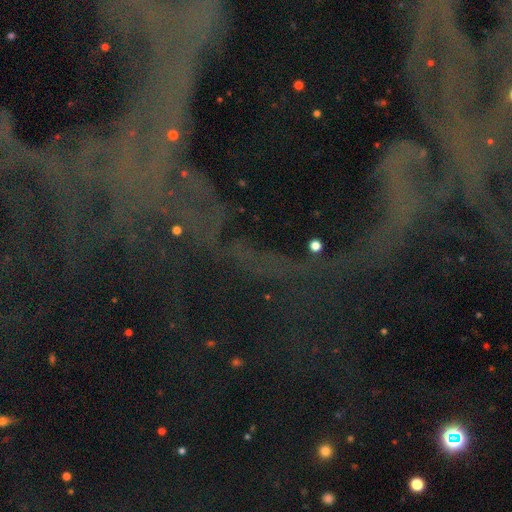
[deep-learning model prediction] Overall: star or artifact (73%).